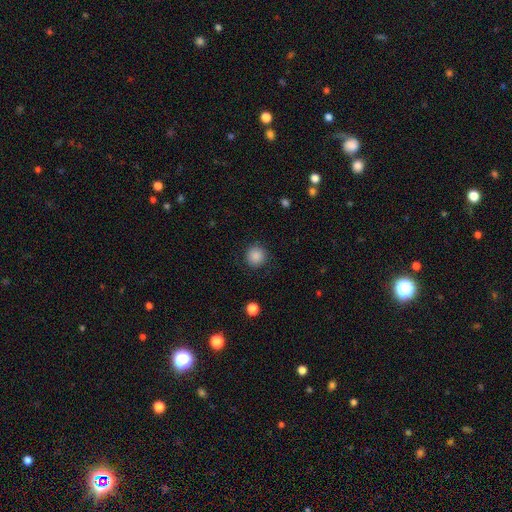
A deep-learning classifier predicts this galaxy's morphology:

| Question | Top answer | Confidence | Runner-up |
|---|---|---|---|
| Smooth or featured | smooth | 86% | star or artifact (10%) |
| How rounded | round | 94% | in between (5%) |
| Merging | none | 89% | minor disturbance (7%) |